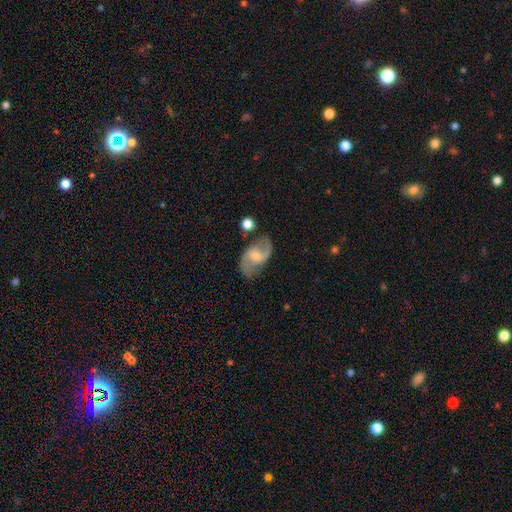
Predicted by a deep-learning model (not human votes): Overall: featured or disk (79%). Edge-on disk: no (97%). Bar: weak (50%; no 37%). Spiral arms: yes (94%). Spiral arm count: 2 (91%). Spiral winding: loose (52%; medium 38%). Bulge size: small (51%; moderate 39%). Merging: none (73%).